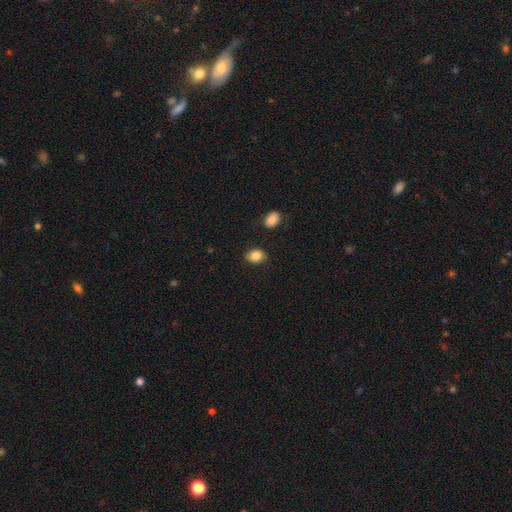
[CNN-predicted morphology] Overall: smooth (86%). How rounded: in between (68%; round 31%). Merging: none (83%).